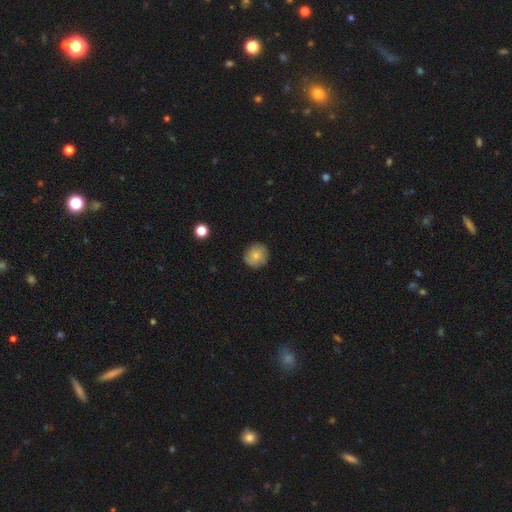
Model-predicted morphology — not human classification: This appears to be a smooth galaxy with no disk features (80%) that is round (89%). Merging: none (85%).